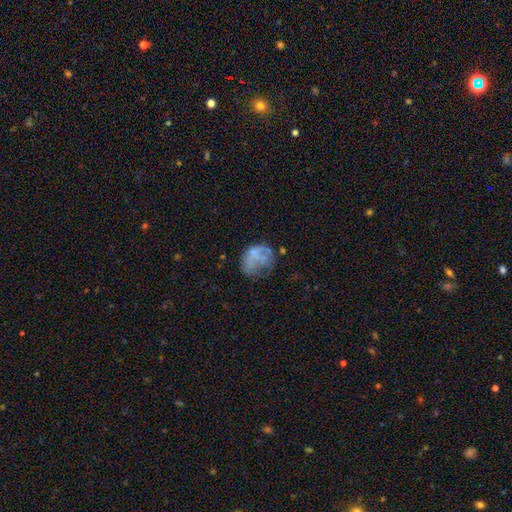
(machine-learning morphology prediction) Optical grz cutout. It shows a smooth galaxy with no disk features (50%). Merging: none (38%).